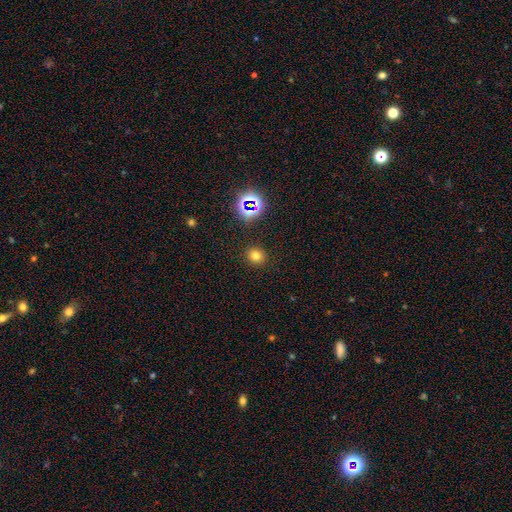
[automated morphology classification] Smooth or featured? smooth (73%)
How rounded? round (82%)
Merging? none (90%)